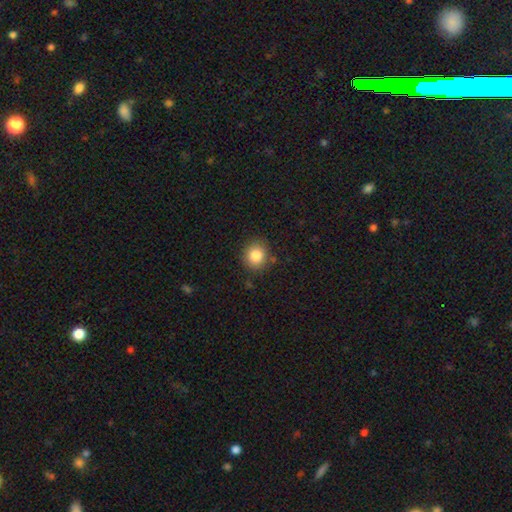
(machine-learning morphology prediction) Smooth or featured: smooth — 84% (star or artifact — 10%)
How rounded: round — 84% (in between — 15%)
Merging: none — 85% (minor disturbance — 10%)